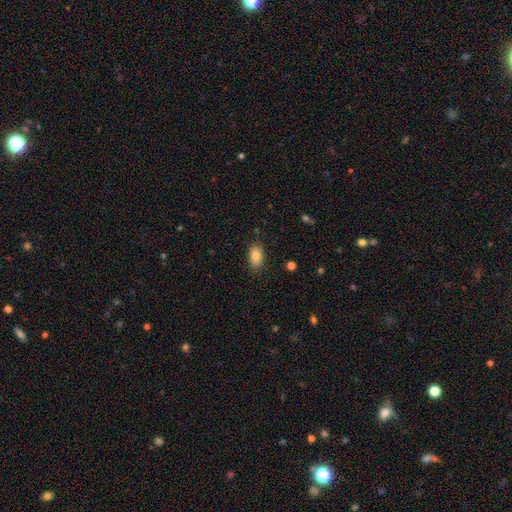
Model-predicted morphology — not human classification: smooth-or-featured: smooth: 85% | star or artifact: 8% | featured or disk: 7%
  how-rounded: in between: 92% | round: 6% | cigar-shaped: 2%
  merging: none: 85% | minor disturbance: 11% | major disturbance: 3% | merger: 1%